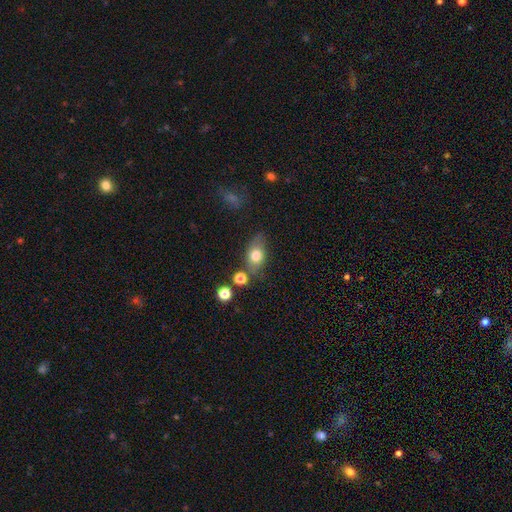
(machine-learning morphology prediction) Smooth or featured? smooth (73%)
How rounded? in between (79%)
Merging? none (64%)